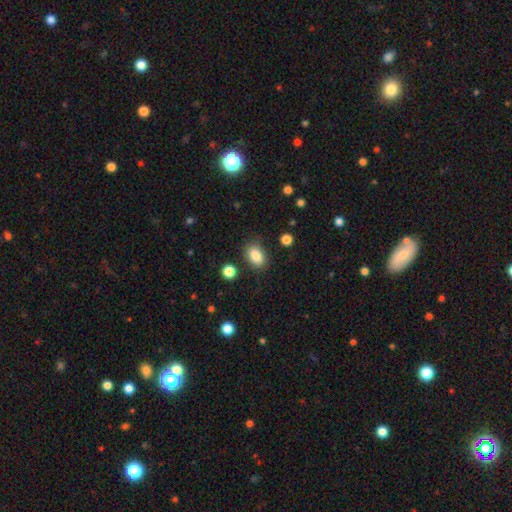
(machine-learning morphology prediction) smooth 85%, star or artifact 9%, featured or disk 6%. Down the decision tree: how rounded — in between (85%); merging — none (82%).